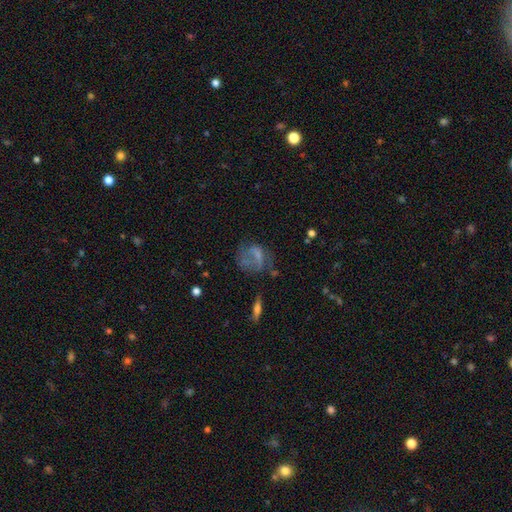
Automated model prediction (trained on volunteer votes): This is possibly a smooth galaxy (45%). Merging: marginally none (38%).